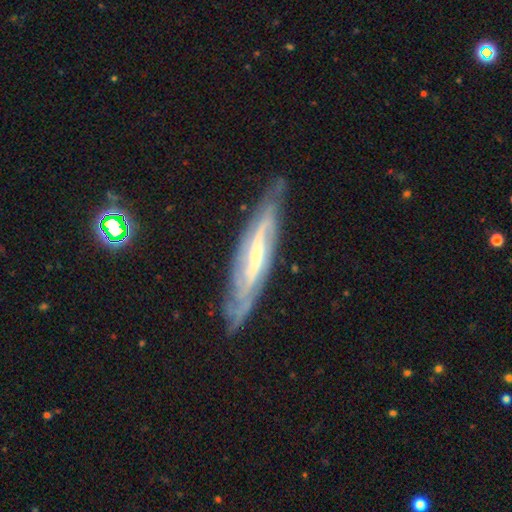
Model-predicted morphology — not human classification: Smooth or featured: featured or disk — 83% (smooth — 11%)
Edge-on disk: no — 64% (yes — 36%)
Bar: strong — 42% (weak — 36%)
Spiral arms: yes — 94% (no — 6%)
Bulge size: small — 50% (moderate — 35%)
Merging: none — 76% (minor disturbance — 18%)